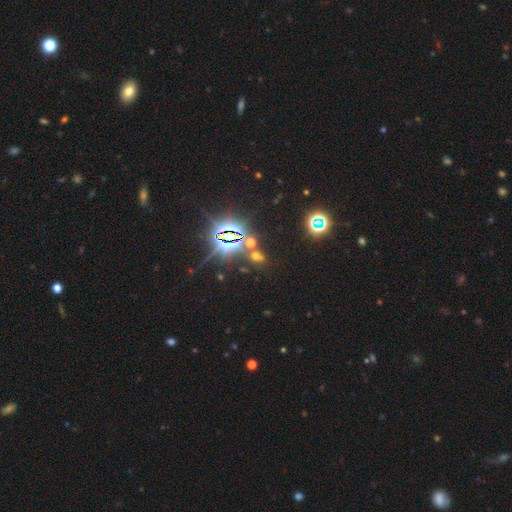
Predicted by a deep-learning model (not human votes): Overall: star or artifact (61%; smooth 30%).